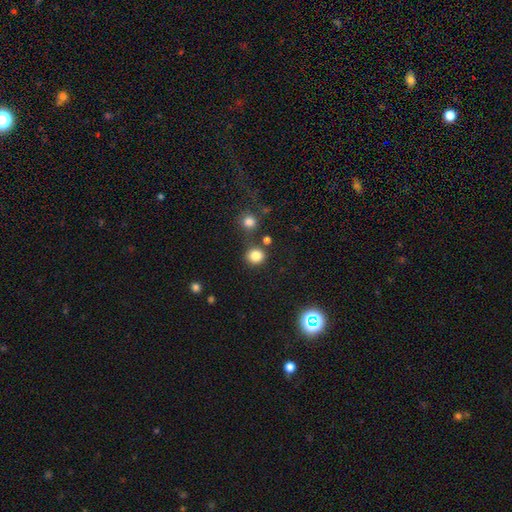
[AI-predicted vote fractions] Smooth or featured? Predicted: smooth (p=0.82). How rounded? Predicted: round (p=0.86). Merging? Predicted: none (p=0.76).